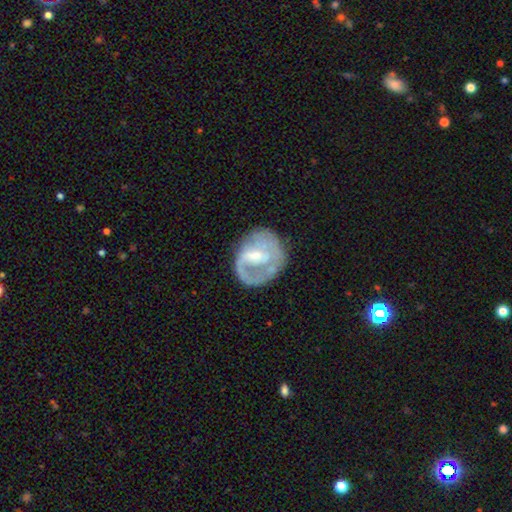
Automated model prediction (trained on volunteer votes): featured or disk 67%, smooth 26%, star or artifact 6%. Down the decision tree: edge-on disk — no (97%); bar — weak (48%); spiral arms — yes (68%); bulge size — small (44%); merging — none (49%).